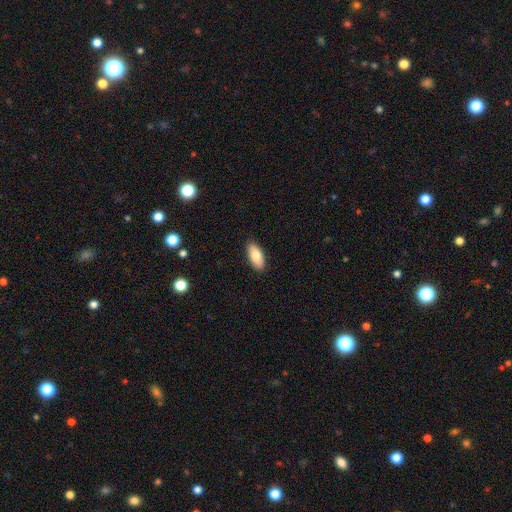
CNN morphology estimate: The model was most divided on "smooth or featured": smooth: 82%, featured or disk: 12%, star or artifact: 6%. More confident: merging — none (88%); how rounded — in between (88%).